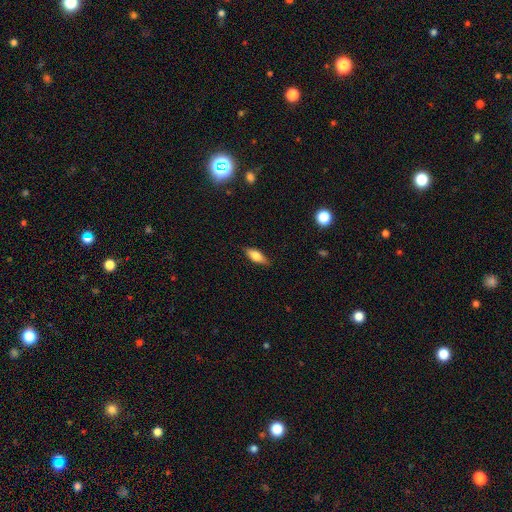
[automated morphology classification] smooth-or-featured: smooth: 75% | featured or disk: 18% | star or artifact: 7%
  how-rounded: in between: 73% | cigar-shaped: 25% | round: 3%
  merging: none: 84% | minor disturbance: 12% | major disturbance: 2% | merger: 1%